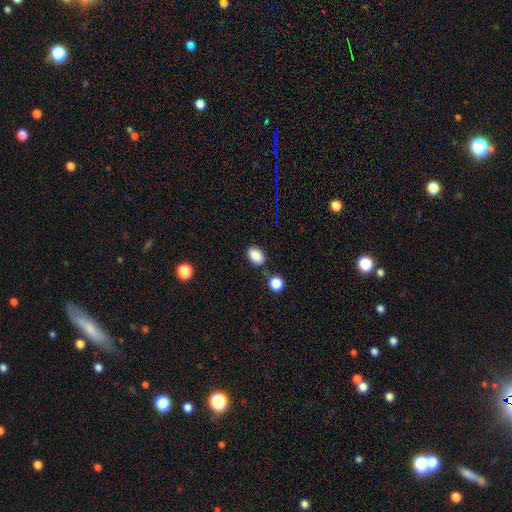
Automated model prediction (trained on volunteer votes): This is clearly a smooth galaxy (87%). How rounded: clearly in between (86%). Merging: likely none (76%).